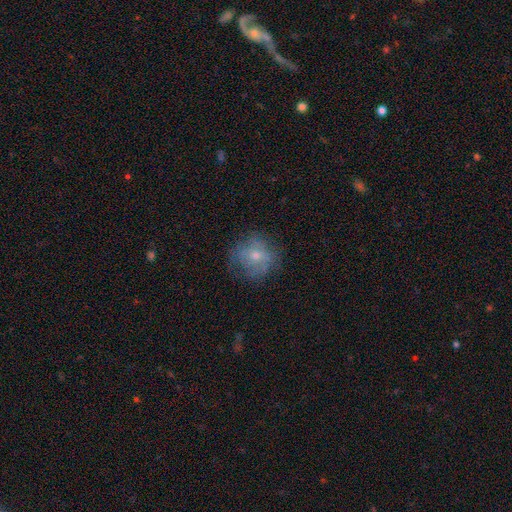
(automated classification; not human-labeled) The model was most divided on "smooth or featured": smooth: 54%, featured or disk: 35%, star or artifact: 11%. More confident: how rounded — round (81%); merging — none (64%).